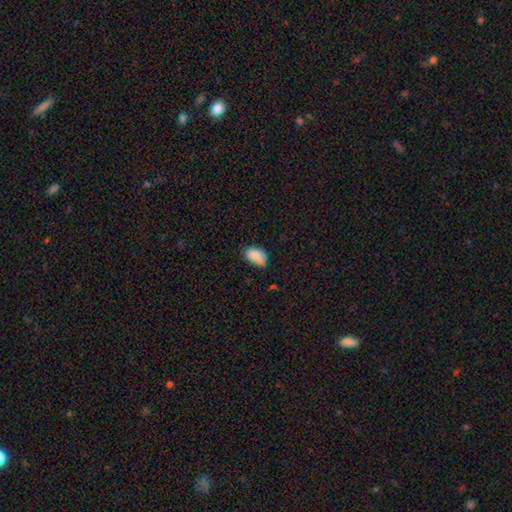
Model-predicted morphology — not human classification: smooth 86%, star or artifact 8%, featured or disk 5%. Down the decision tree: how rounded — in between (88%); merging — none (50%).